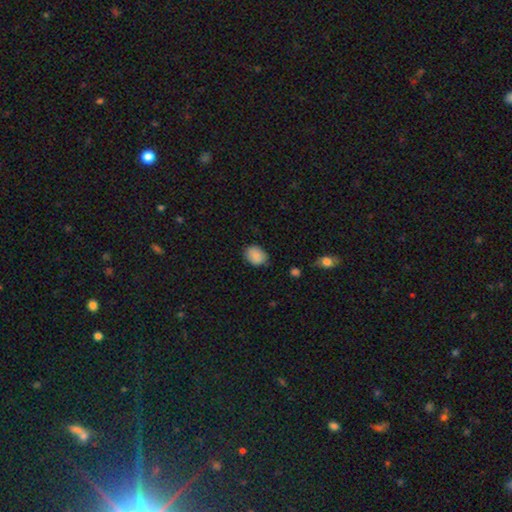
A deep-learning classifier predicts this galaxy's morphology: type=smooth (87%); roundness=in between (63%); merging=none (75%).